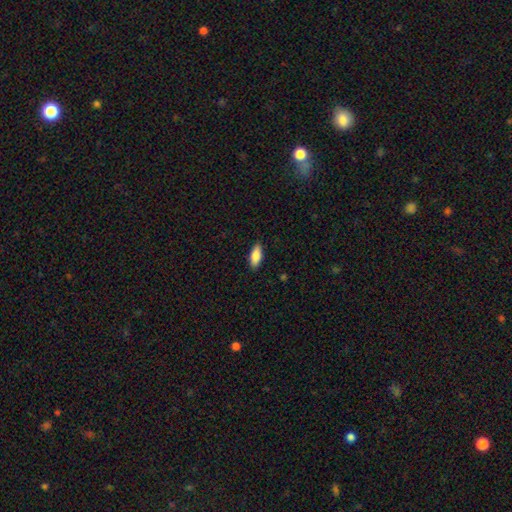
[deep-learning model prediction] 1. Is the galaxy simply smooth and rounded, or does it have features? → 86% smooth, 8% featured or disk, 6% star or artifact.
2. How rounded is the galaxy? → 80% in between, 18% cigar-shaped, 2% round.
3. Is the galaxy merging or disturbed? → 88% none, 9% minor disturbance, 2% major disturbance, 1% merger.